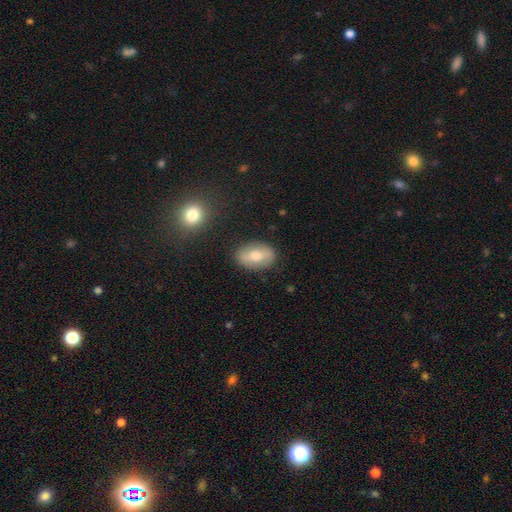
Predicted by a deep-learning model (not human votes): A smooth galaxy with no disk features (64%) that is in between round and cigar-shaped (86%).

Vote fractions:
- Smooth or featured? smooth: 64% / featured or disk: 29% / star or artifact: 7%
- How rounded? in between: 86% / round: 13% / cigar-shaped: 2%
- Merging? none: 85% / minor disturbance: 10% / major disturbance: 3% / merger: 2%